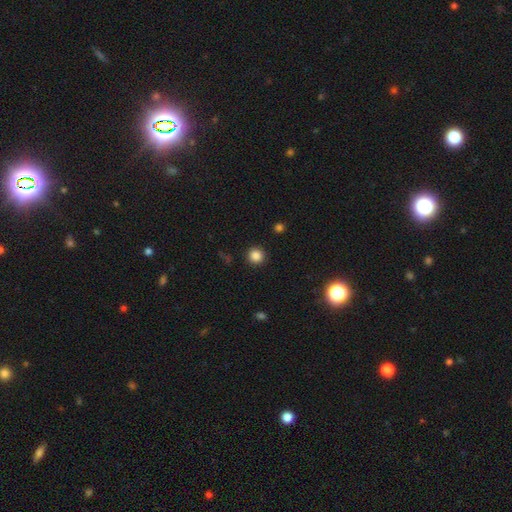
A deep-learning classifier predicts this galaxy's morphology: A smooth galaxy with no disk features (85%) that is round (96%).

Vote fractions:
- Smooth or featured? smooth: 85% / star or artifact: 11% / featured or disk: 4%
- How rounded? round: 96% / in between: 4% / cigar-shaped: 1%
- Merging? none: 92% / minor disturbance: 5% / major disturbance: 2% / merger: 1%